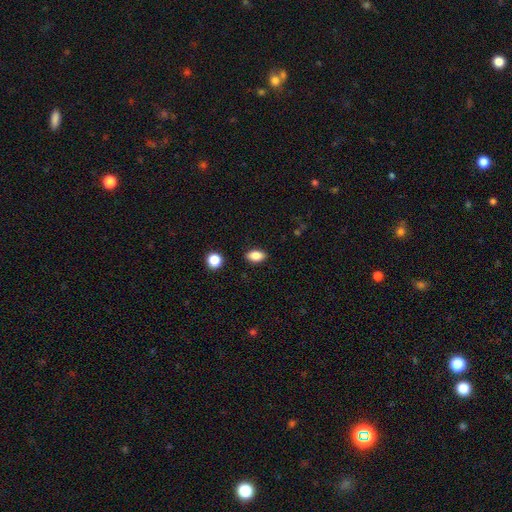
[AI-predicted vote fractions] This appears to be a smooth galaxy with no disk features (86%) that is in between round and cigar-shaped (89%). Merging: none (88%).